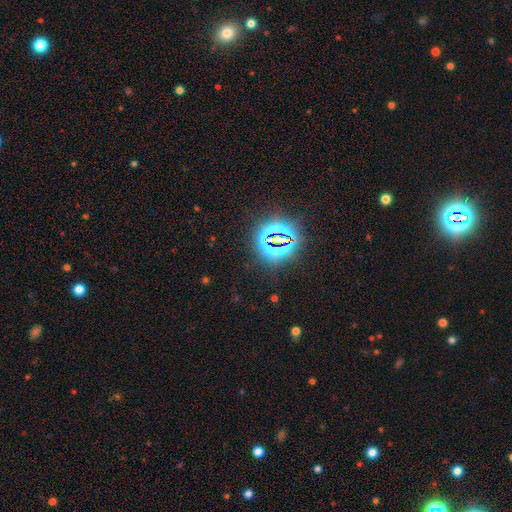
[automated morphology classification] smooth-or-featured: star or artifact: 81% | smooth: 12% | featured or disk: 7%